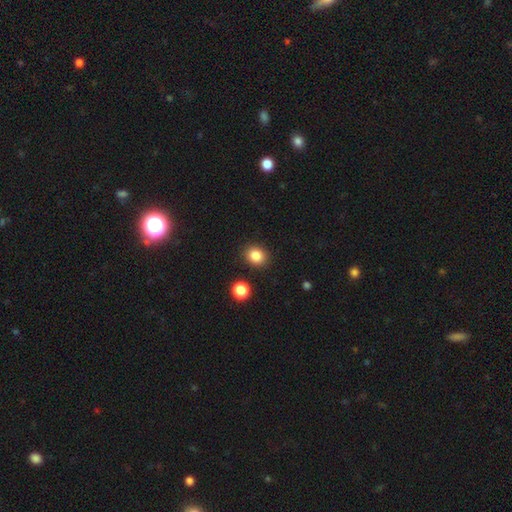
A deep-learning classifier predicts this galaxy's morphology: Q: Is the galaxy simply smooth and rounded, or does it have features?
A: smooth — 85%.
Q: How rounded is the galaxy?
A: round — 65%.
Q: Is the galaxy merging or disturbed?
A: none — 88%.